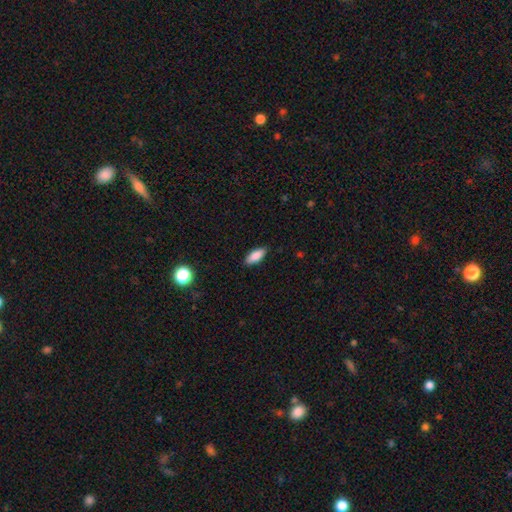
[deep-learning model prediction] Smooth or featured? smooth (86%)
How rounded? in between (80%)
Merging? none (85%)